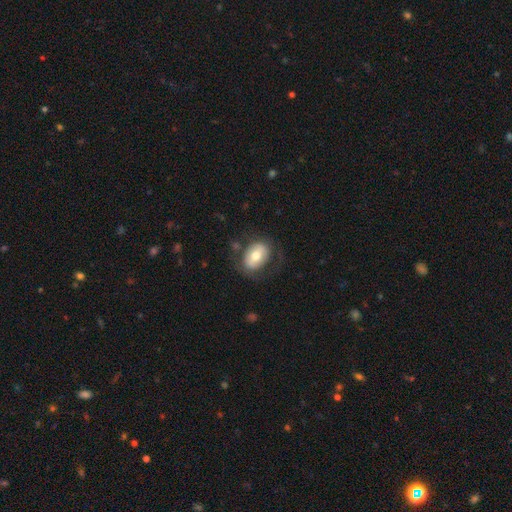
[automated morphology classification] smooth-or-featured: smooth: 62% | featured or disk: 31% | star or artifact: 7%
  how-rounded: in between: 79% | round: 20% | cigar-shaped: 1%
  merging: none: 66% | minor disturbance: 18% | major disturbance: 13% | merger: 3%